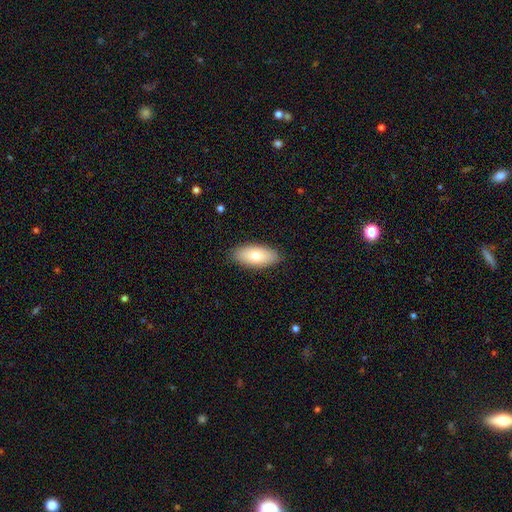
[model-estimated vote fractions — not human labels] A smooth galaxy with no disk features (75%) that is in between round and cigar-shaped (89%). Merging: none (88%).